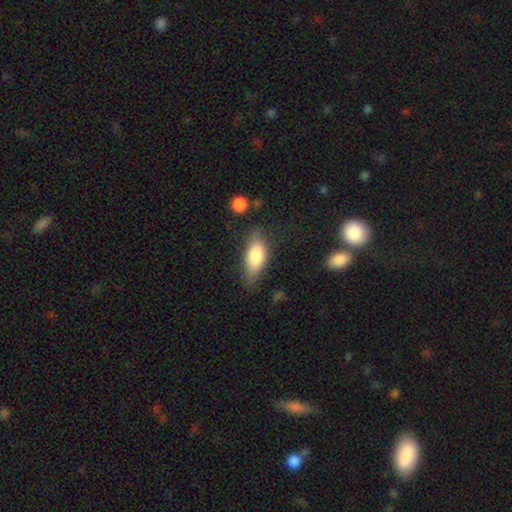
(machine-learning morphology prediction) Smooth or featured: smooth — 76% (featured or disk — 17%)
How rounded: in between — 78% (cigar-shaped — 19%)
Merging: none — 62% (minor disturbance — 26%)